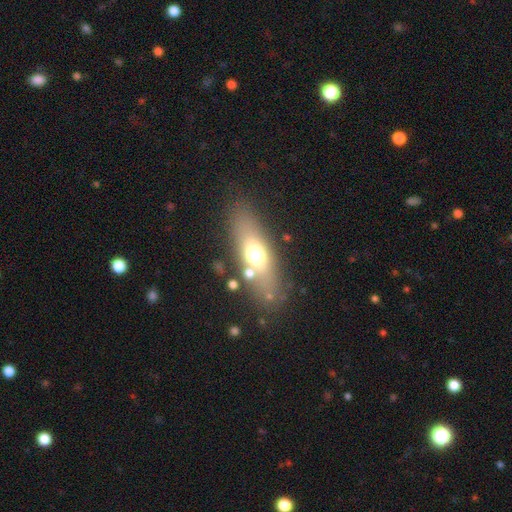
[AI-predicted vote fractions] Smooth or featured: smooth — 56% (featured or disk — 34%)
How rounded: in between — 57% (cigar-shaped — 38%)
Merging: none — 79% (minor disturbance — 11%)